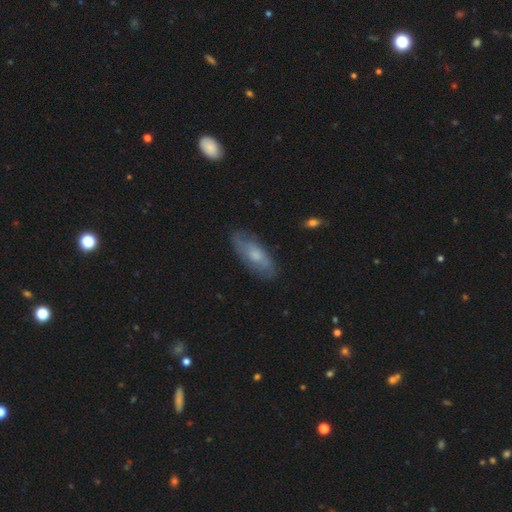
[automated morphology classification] A featured or disk galaxy (49%).

Vote fractions:
- Smooth or featured? featured or disk: 49% / smooth: 43% / star or artifact: 8%
- Merging? none: 79% / minor disturbance: 16% / major disturbance: 4% / merger: 1%